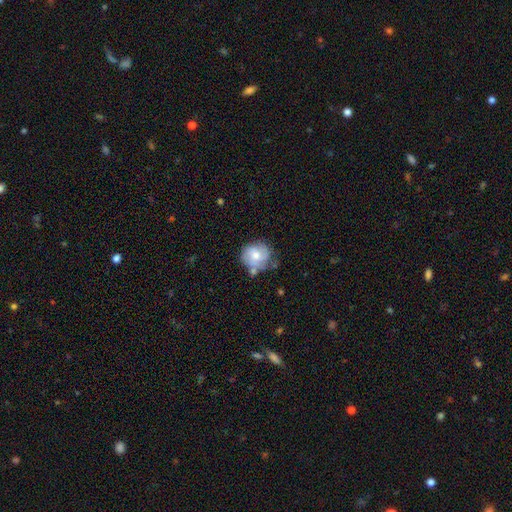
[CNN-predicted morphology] A smooth galaxy with no disk features (49%).

Vote fractions:
- Smooth or featured? smooth: 49% / featured or disk: 43% / star or artifact: 8%
- Merging? none: 52% / minor disturbance: 26% / merger: 11% / major disturbance: 10%